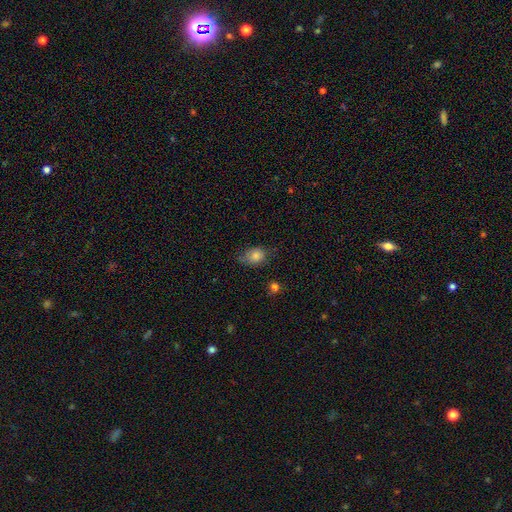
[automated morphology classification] smooth-or-featured: smooth: 78% | star or artifact: 11% | featured or disk: 11%
  how-rounded: in between: 60% | round: 38% | cigar-shaped: 2%
  merging: none: 58% | minor disturbance: 31% | major disturbance: 9% | merger: 2%